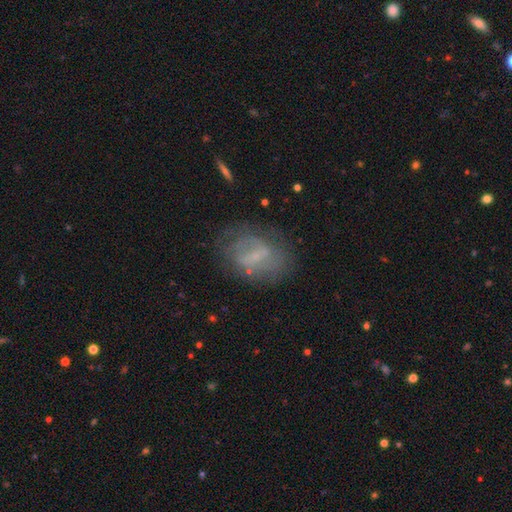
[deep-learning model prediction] This is possibly a featured or disk galaxy (54%). It is clearly not viewed edge-on (93%). Bar: possibly weak (45%). Spiral arm pattern: possibly no (54%). Central bulge: possibly small (56%). Merging: likely none (62%).